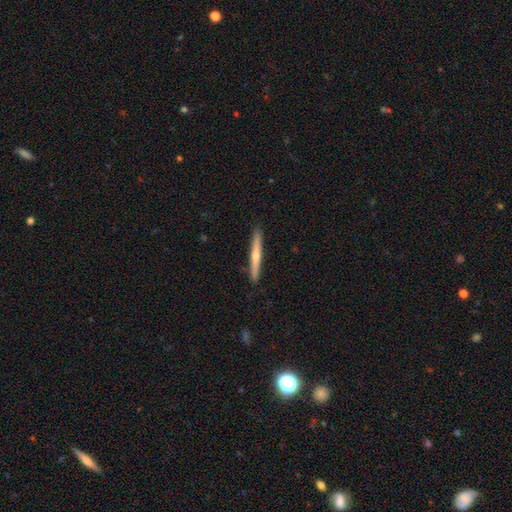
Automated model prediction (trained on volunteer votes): Q: Smooth or featured?
A: featured or disk (57%); runner-up: smooth (36%)
Q: Edge-on disk?
A: yes (97%); runner-up: no (3%)
Q: Edge-on bulge?
A: rounded (73%); runner-up: none (23%)
Q: Merging?
A: none (91%); runner-up: minor disturbance (7%)